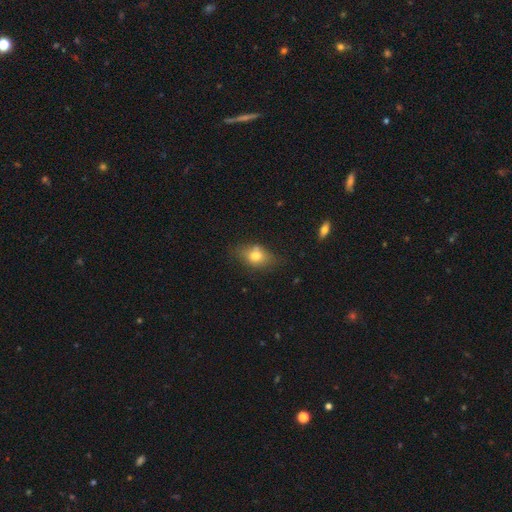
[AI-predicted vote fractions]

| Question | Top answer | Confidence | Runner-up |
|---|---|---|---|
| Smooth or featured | smooth | 74% | featured or disk (16%) |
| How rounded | in between | 74% | round (24%) |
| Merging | none | 64% | minor disturbance (23%) |